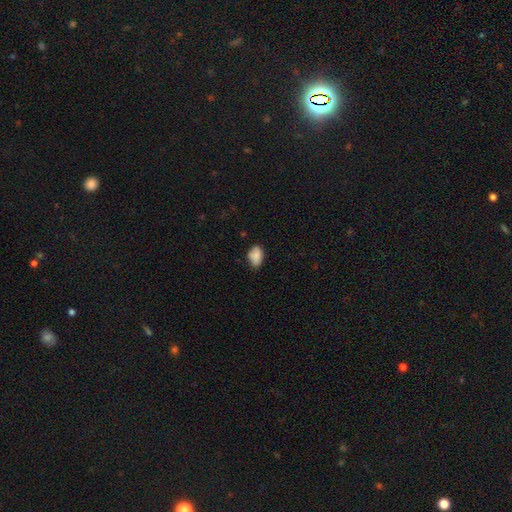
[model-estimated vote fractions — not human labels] Smooth or featured?
  - smooth: 87% *
  - star or artifact: 8%
  - featured or disk: 6%
How rounded?
  - in between: 88% *
  - round: 10%
  - cigar-shaped: 1%
Merging?
  - none: 71% *
  - minor disturbance: 24%
  - major disturbance: 3%
  - merger: 1%